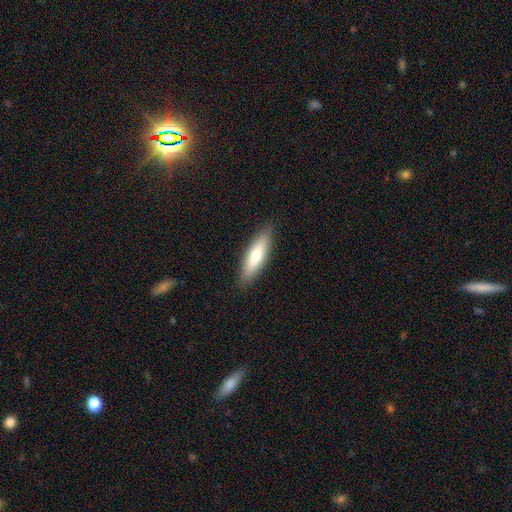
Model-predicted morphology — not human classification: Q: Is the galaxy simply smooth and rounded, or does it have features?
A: smooth — 68%.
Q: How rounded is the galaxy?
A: cigar-shaped — 62%.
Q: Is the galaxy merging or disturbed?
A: none — 88%.